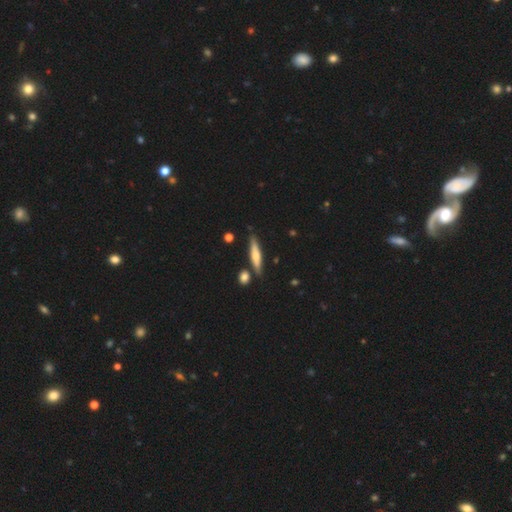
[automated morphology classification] A smooth galaxy with no disk features (48%). Merging: none (80%).